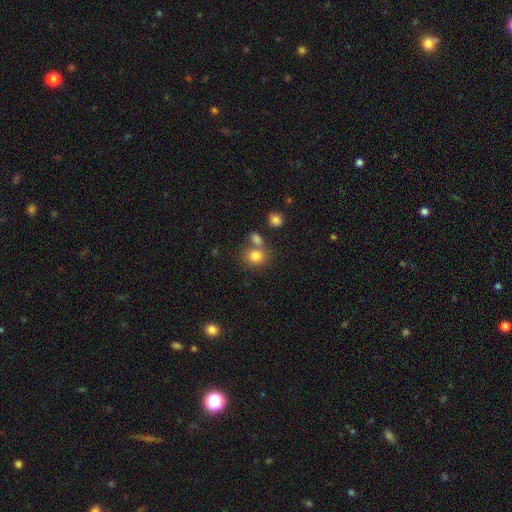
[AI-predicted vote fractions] Overall: smooth (81%). How rounded: round (71%). Merging: none (57%; merger 28%).